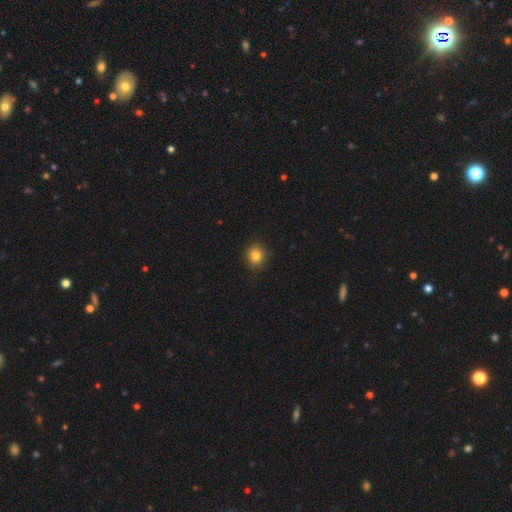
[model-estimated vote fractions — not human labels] smooth_or_featured: smooth (p=0.82) [alt: star or artifact p=0.12]
how_rounded: round (p=0.84) [alt: in between p=0.15]
merging: none (p=0.88) [alt: minor disturbance p=0.09]